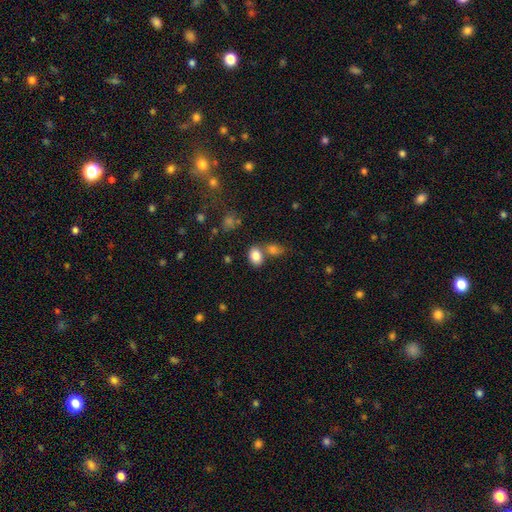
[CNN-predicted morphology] smooth 84%, star or artifact 9%, featured or disk 7%. Down the decision tree: how rounded — in between (77%); merging — none (56%).